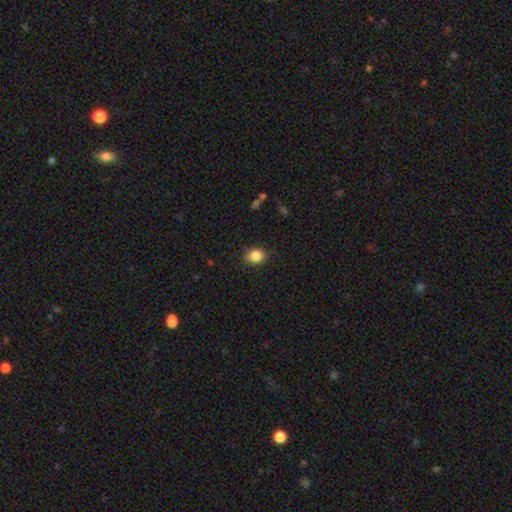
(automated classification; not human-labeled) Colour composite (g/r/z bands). It shows a smooth galaxy with no disk features (84%) that is round (57%). Merging: none (80%).